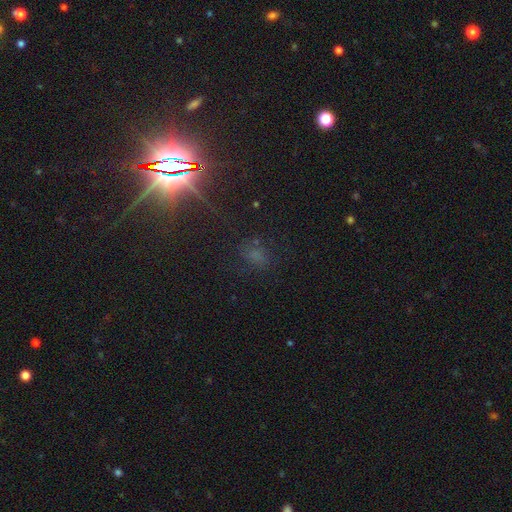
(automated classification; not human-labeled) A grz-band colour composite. It shows a star or artifact, not a galaxy (51%).